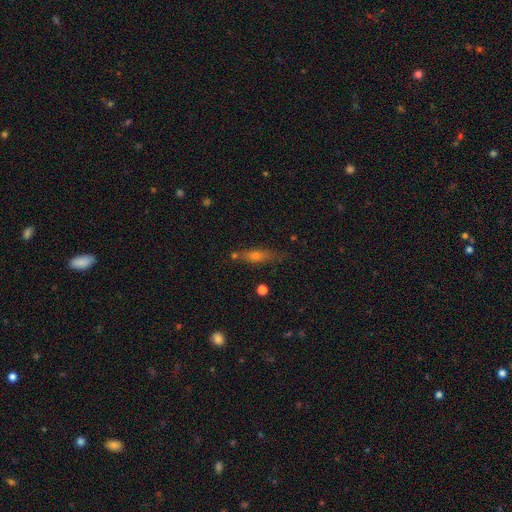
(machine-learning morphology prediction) This appears to be a smooth galaxy with no disk features (47%). Merging: none (74%).